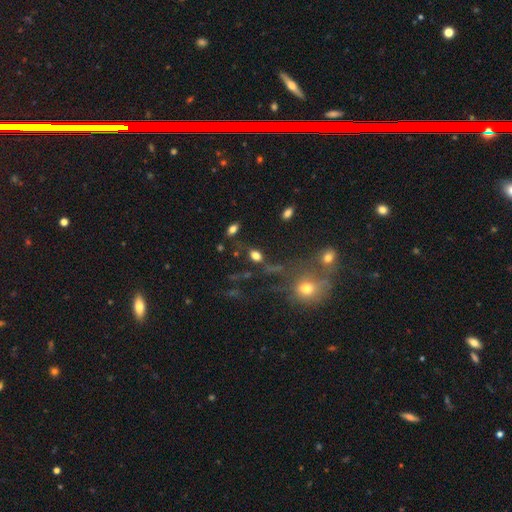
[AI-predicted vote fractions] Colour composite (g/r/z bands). It shows a smooth galaxy with no disk features (62%) that is in between round and cigar-shaped (64%). Merging: none (62%).